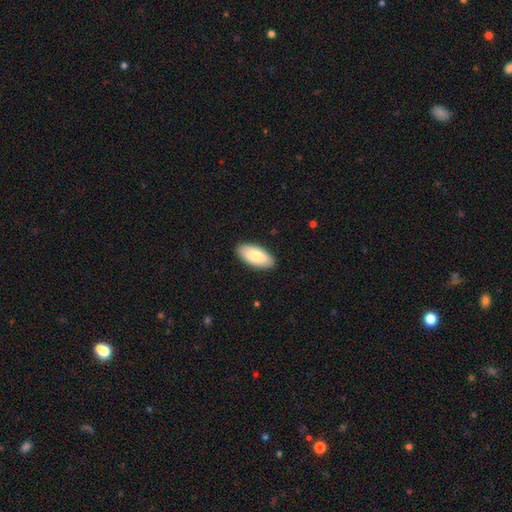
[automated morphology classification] This appears to be a smooth galaxy with no disk features (80%) that is in between round and cigar-shaped (90%). Merging: none (88%).